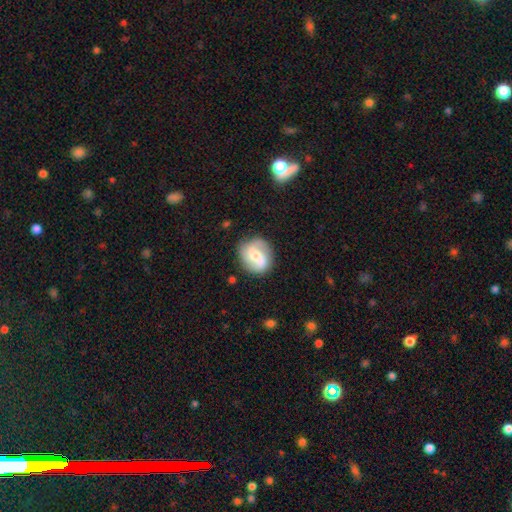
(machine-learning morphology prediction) A featured or disk galaxy (72%) with a weak bar (45%), 2 (83%) loose (51%) spiral arms (92%) and a moderate central bulge (52%). Merging: none (79%).